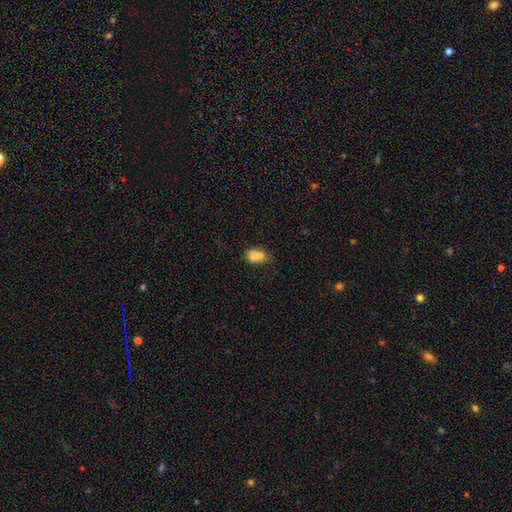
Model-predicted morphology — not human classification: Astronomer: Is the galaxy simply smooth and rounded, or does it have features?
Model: smooth — 75%.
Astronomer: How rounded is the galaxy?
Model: in between — 72%.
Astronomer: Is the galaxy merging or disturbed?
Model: merger — 43% (runner-up: none, 35%).